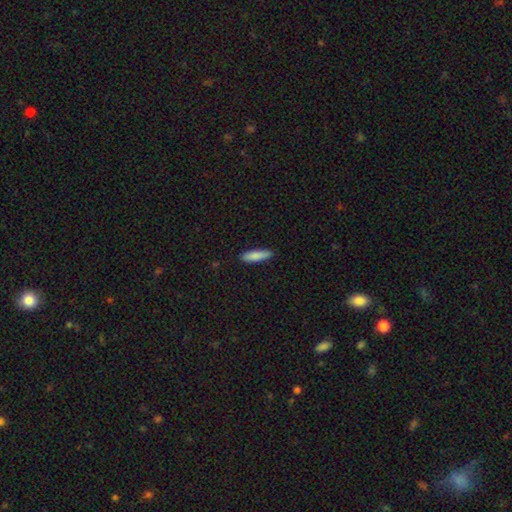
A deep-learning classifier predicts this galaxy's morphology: type=smooth (86%); roundness=cigar-shaped (68%); merging=none (89%).